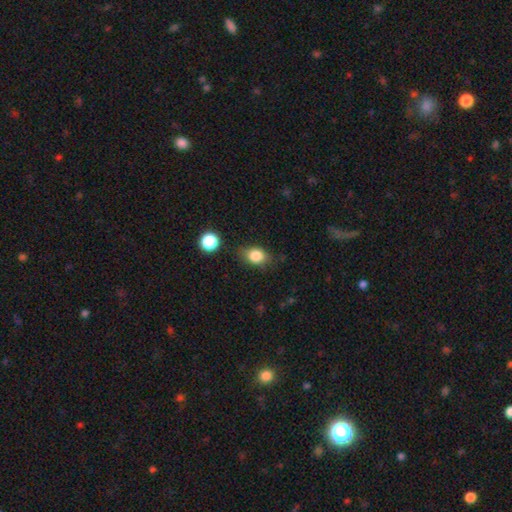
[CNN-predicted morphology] smooth_or_featured: smooth (p=0.83) [alt: star or artifact p=0.10]
how_rounded: in between (p=0.60) [alt: round p=0.38]
merging: none (p=0.72) [alt: minor disturbance p=0.20]